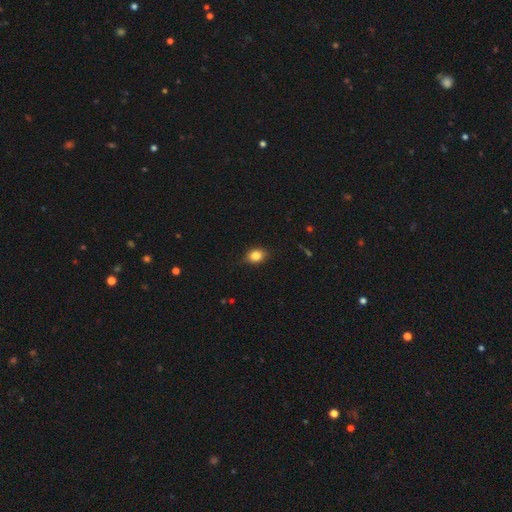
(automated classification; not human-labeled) smooth 83%, star or artifact 9%, featured or disk 7%. Down the decision tree: how rounded — in between (57%); merging — none (83%).